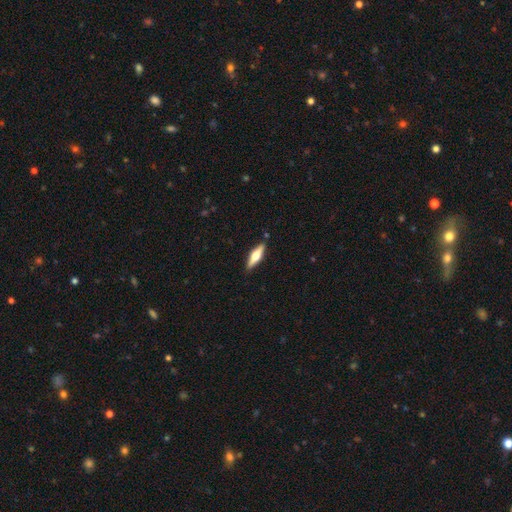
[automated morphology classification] Smooth or featured?
  - featured or disk: 51% *
  - smooth: 43%
  - star or artifact: 6%
Edge-on disk?
  - yes: 93% *
  - no: 7%
Merging?
  - none: 87% *
  - minor disturbance: 10%
  - major disturbance: 2%
  - merger: 2%